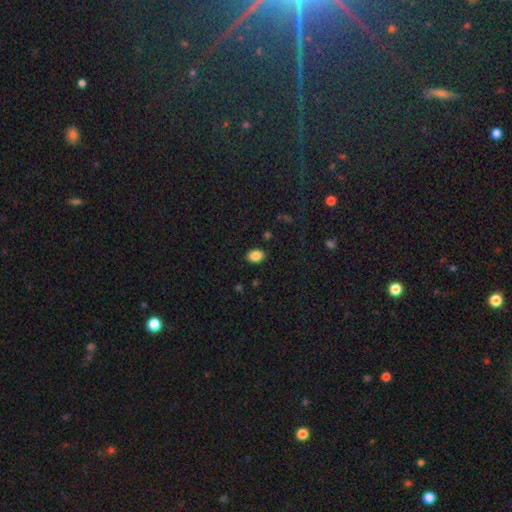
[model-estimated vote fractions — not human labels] Q: Smooth or featured?
A: smooth (86%); runner-up: star or artifact (9%)
Q: How rounded?
A: in between (69%); runner-up: round (30%)
Q: Merging?
A: none (88%); runner-up: minor disturbance (8%)